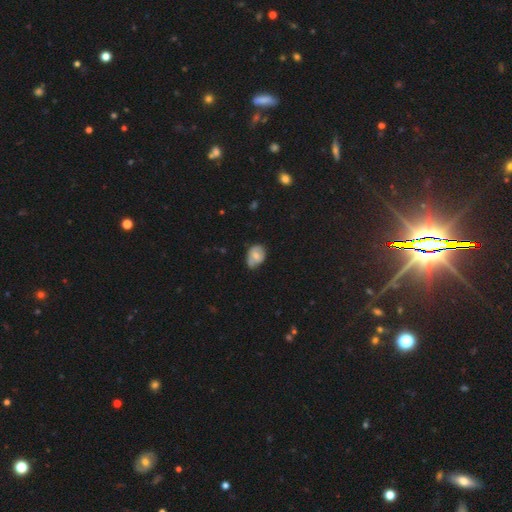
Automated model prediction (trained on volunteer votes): Morphology: type=smooth (62%); roundness=in between (65%); merging=none (47%).